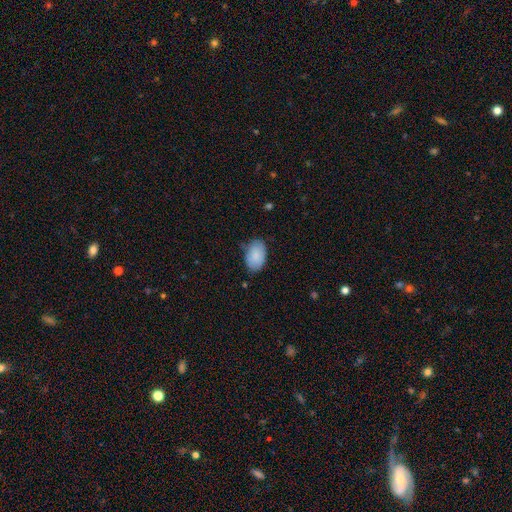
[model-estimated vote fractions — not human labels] Smooth or featured? Predicted: smooth (p=0.87). How rounded? Predicted: in between (p=0.90). Merging? Predicted: none (p=0.73).